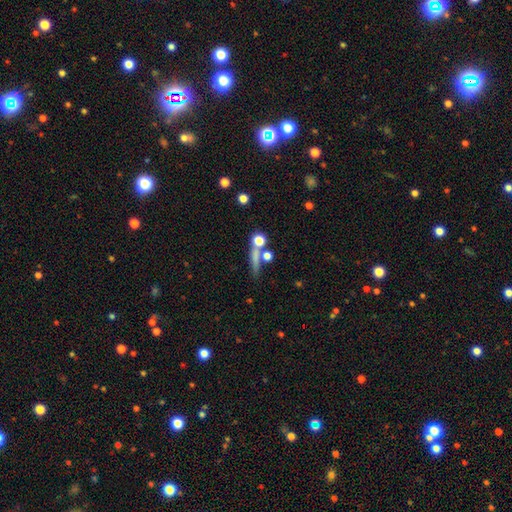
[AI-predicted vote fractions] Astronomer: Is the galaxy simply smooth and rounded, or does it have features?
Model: smooth — 60%.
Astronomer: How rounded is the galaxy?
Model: cigar-shaped — 60%.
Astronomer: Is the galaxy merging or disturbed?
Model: none — 58%.